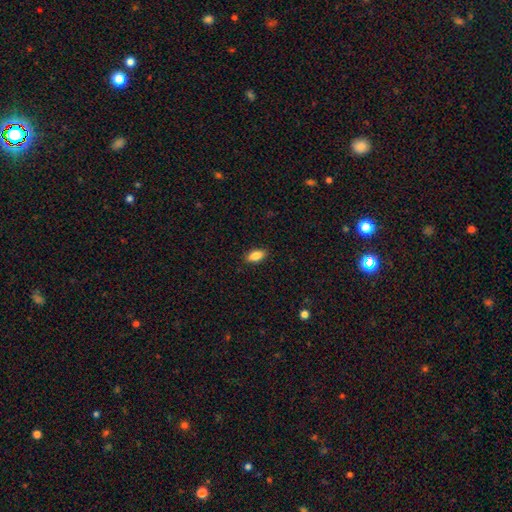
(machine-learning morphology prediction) smooth_or_featured: smooth (p=0.86) [alt: star or artifact p=0.08]
how_rounded: in between (p=0.89) [alt: cigar-shaped p=0.08]
merging: none (p=0.88) [alt: minor disturbance p=0.09]